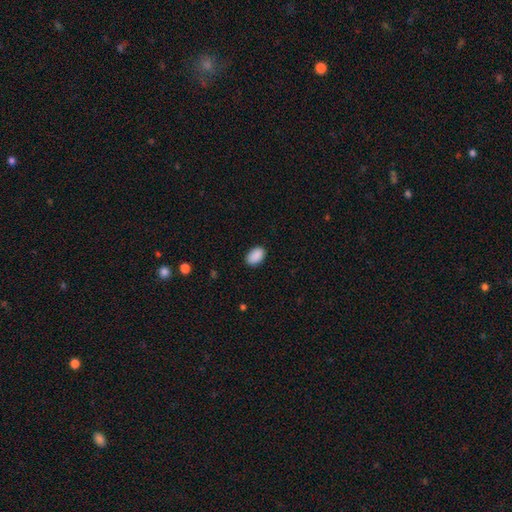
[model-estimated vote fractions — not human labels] Morphology: type=smooth (91%); roundness=in between (90%); merging=none (88%).